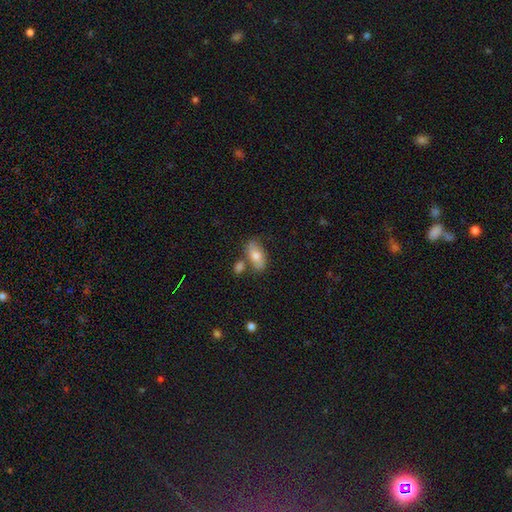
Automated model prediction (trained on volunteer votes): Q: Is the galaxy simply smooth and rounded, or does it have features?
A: smooth — 70%.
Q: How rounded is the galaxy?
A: in between — 86%.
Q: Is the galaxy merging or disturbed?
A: none — 67%.